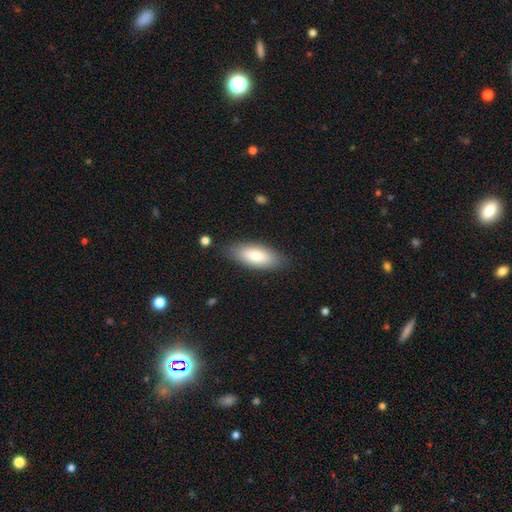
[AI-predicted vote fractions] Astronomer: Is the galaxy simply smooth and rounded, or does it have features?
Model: smooth — 79%.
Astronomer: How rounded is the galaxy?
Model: in between — 80%.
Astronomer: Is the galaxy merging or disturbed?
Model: none — 85%.